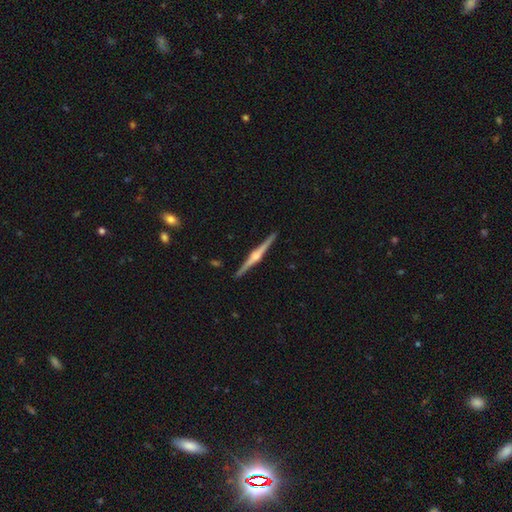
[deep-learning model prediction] Smooth or featured? featured or disk (84%)
Edge-on disk? yes (99%)
Edge-on bulge? rounded (85%)
Merging? none (92%)